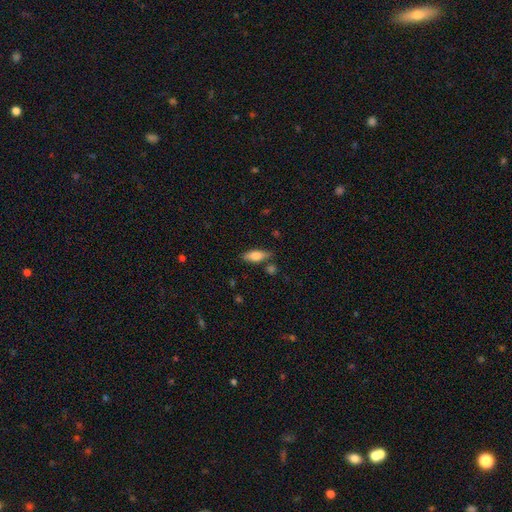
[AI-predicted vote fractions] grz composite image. It shows a smooth galaxy with no disk features (70%) that is in between round and cigar-shaped (71%). Merging: none (75%).